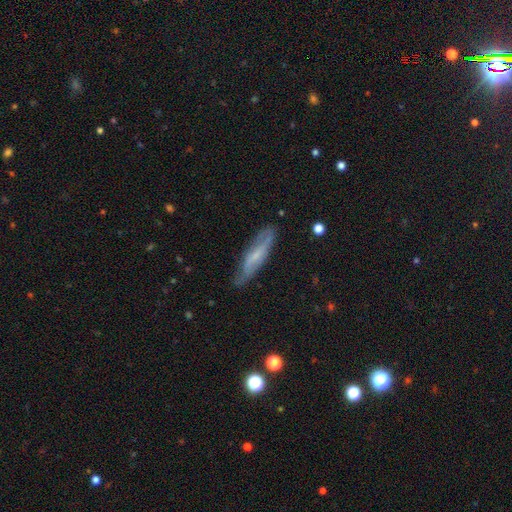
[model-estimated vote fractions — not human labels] This appears to be a featured or disk galaxy (54%). Merging: none (77%).